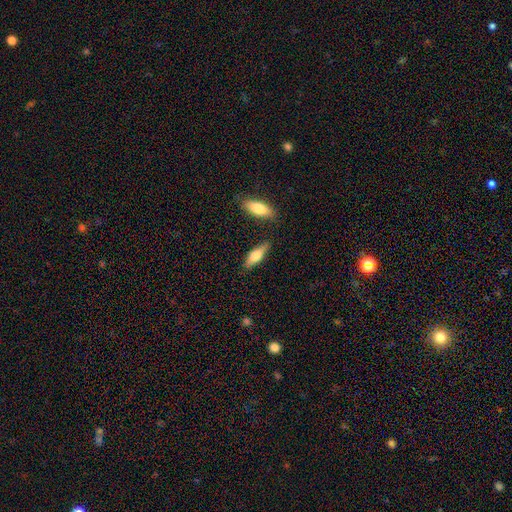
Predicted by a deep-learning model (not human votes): Smooth or featured? Predicted: smooth (p=0.62). How rounded? Predicted: in between (p=0.51). Merging? Predicted: none (p=0.78).